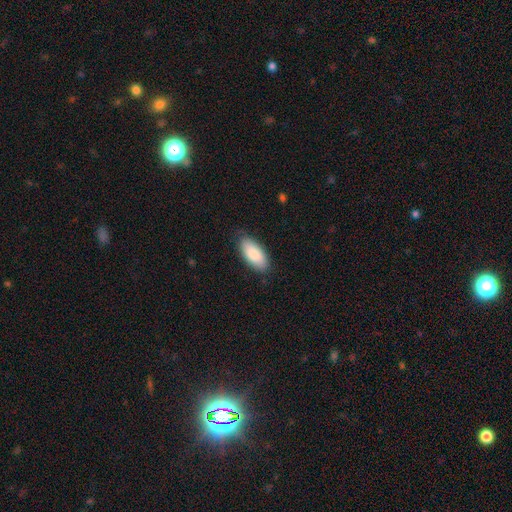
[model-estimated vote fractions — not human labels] This is clearly a smooth galaxy (86%). How rounded: clearly in between (90%). Merging: clearly none (82%).